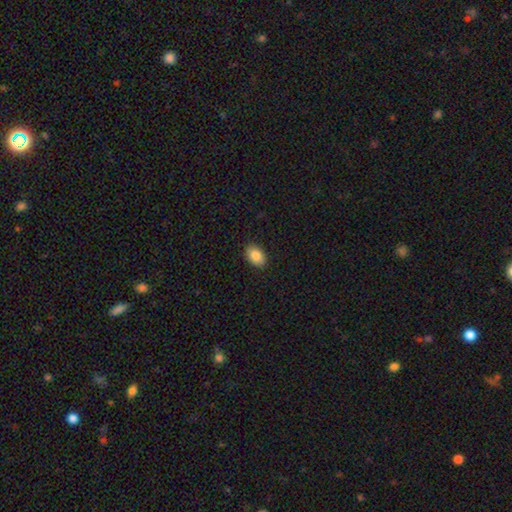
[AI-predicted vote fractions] smooth-or-featured: smooth: 87% | star or artifact: 7% | featured or disk: 5%
  how-rounded: in between: 86% | round: 12% | cigar-shaped: 1%
  merging: none: 89% | minor disturbance: 8% | major disturbance: 2% | merger: 1%